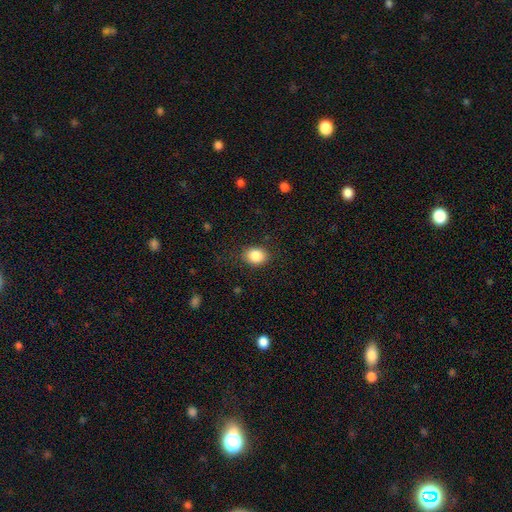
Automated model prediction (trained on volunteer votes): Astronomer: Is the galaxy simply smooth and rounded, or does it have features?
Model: smooth — 86%.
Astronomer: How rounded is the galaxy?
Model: in between — 51% (runner-up: round, 48%).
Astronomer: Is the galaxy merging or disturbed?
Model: none — 86%.